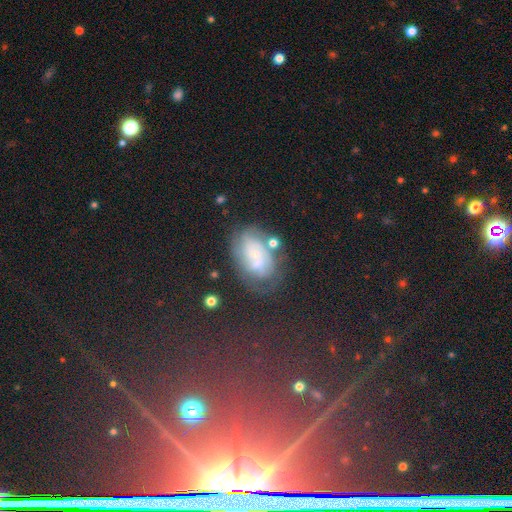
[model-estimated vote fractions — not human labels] Q: Smooth or featured?
A: featured or disk (53%); runner-up: smooth (29%)
Q: Edge-on disk?
A: no (96%); runner-up: yes (4%)
Q: Bar?
A: no (72%); runner-up: weak (22%)
Q: Spiral arms?
A: yes (72%); runner-up: no (28%)
Q: Bulge size?
A: small (65%); runner-up: moderate (20%)
Q: Merging?
A: none (55%); runner-up: minor disturbance (22%)